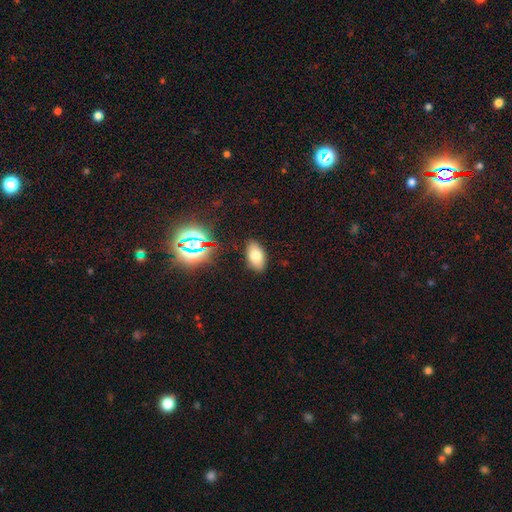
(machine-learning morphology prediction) Smooth or featured?
  - smooth: 73% *
  - star or artifact: 14%
  - featured or disk: 12%
How rounded?
  - in between: 92% *
  - round: 5%
  - cigar-shaped: 3%
Merging?
  - none: 86% *
  - minor disturbance: 10%
  - major disturbance: 2%
  - merger: 1%